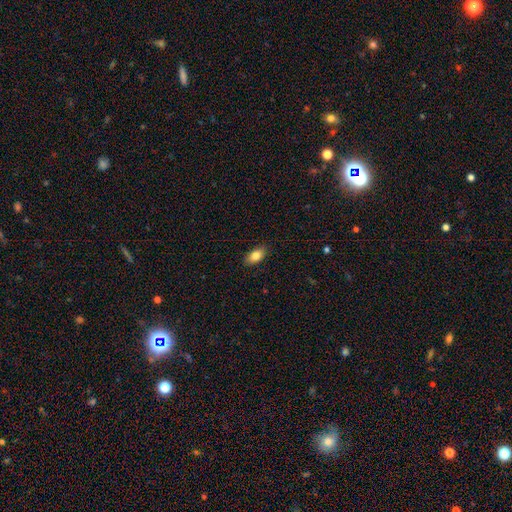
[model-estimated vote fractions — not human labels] A smooth galaxy with no disk features (82%) that is in between round and cigar-shaped (90%).

Vote fractions:
- Smooth or featured? smooth: 82% / featured or disk: 10% / star or artifact: 7%
- How rounded? in between: 90% / cigar-shaped: 5% / round: 5%
- Merging? none: 88% / minor disturbance: 9% / major disturbance: 2% / merger: 1%